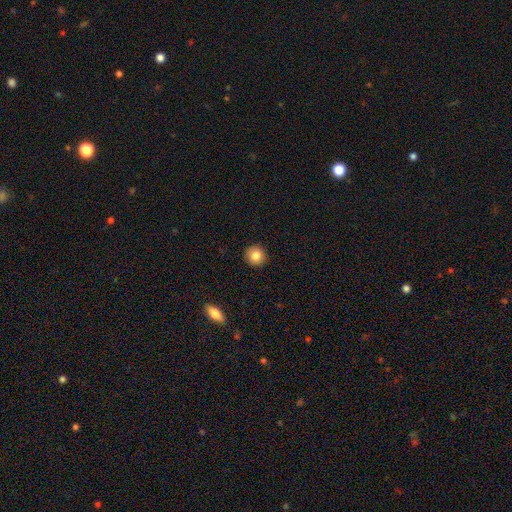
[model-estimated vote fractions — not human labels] This appears to be a smooth galaxy with no disk features (84%) that is round (93%). Merging: none (92%).